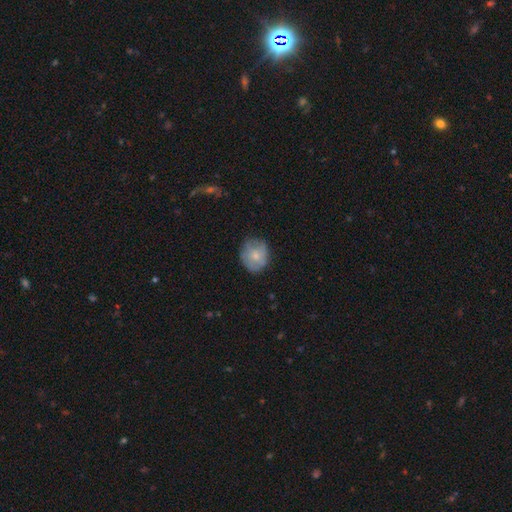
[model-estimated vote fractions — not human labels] The model was most divided on "smooth or featured": smooth: 63%, featured or disk: 29%, star or artifact: 7%. More confident: how rounded — round (72%); merging — none (72%).